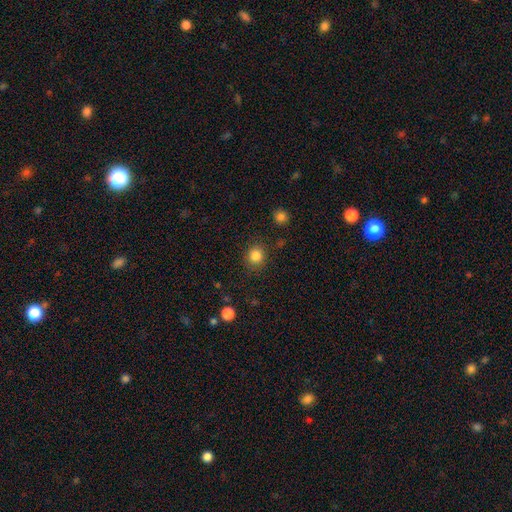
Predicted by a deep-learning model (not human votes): Q: Smooth or featured?
A: smooth (84%); runner-up: star or artifact (11%)
Q: How rounded?
A: round (84%); runner-up: in between (15%)
Q: Merging?
A: none (86%); runner-up: minor disturbance (9%)